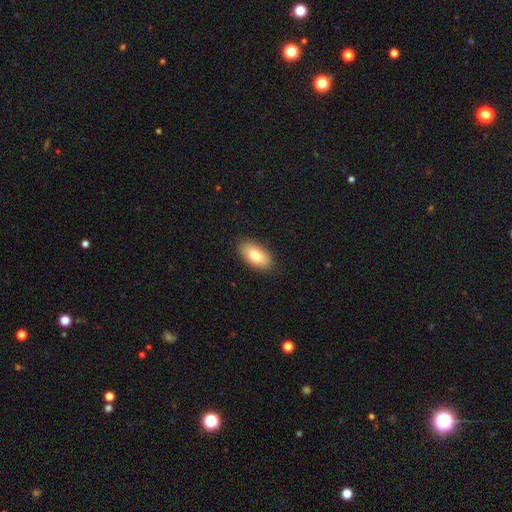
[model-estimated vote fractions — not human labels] A smooth galaxy with no disk features (81%) that is in between round and cigar-shaped (93%). Merging: none (88%).